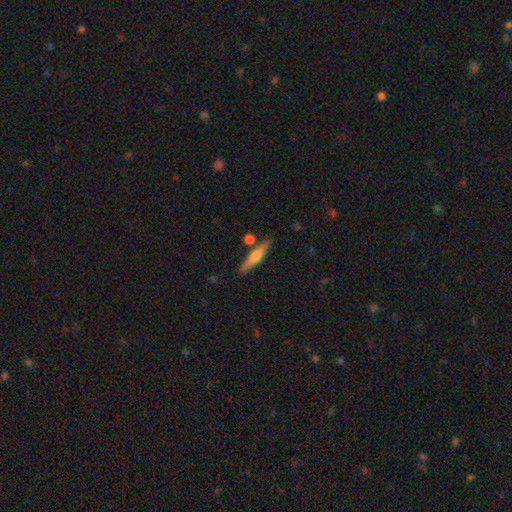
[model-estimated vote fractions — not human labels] A featured or disk galaxy (53%) viewed edge-on (96%) with a rounded central bulge (86%).

Vote fractions:
- Smooth or featured? featured or disk: 53% / smooth: 41% / star or artifact: 6%
- Edge-on disk? yes: 96% / no: 4%
- Edge-on bulge? rounded: 86% / boxy: 7% / none: 7%
- Merging? none: 81% / minor disturbance: 9% / merger: 7% / major disturbance: 2%